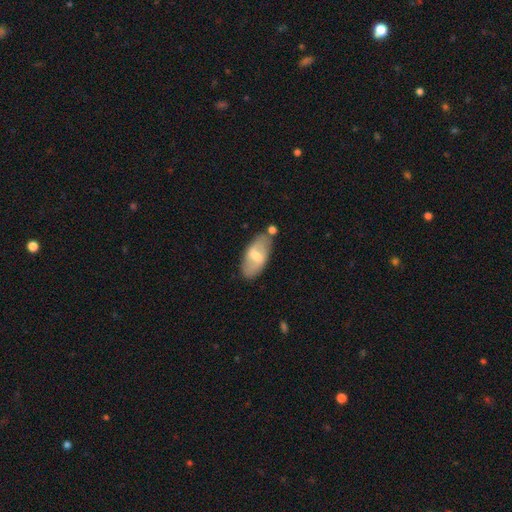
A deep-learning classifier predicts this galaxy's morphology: Smooth or featured?
  - smooth: 48% *
  - featured or disk: 46%
  - star or artifact: 6%
Merging?
  - none: 73% *
  - minor disturbance: 16%
  - merger: 7%
  - major disturbance: 4%